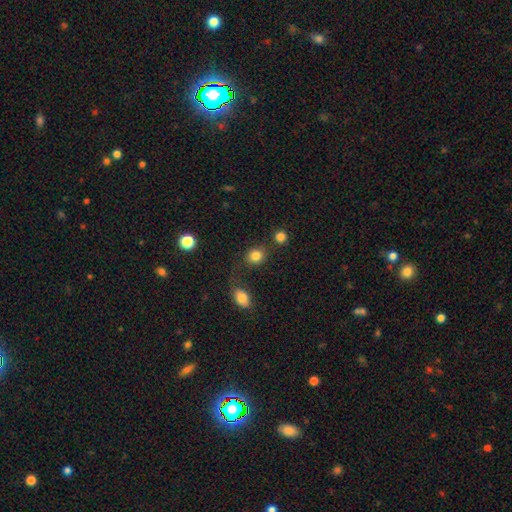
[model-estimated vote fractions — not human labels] This appears to be a smooth galaxy with no disk features (82%) that is round (72%). Merging: none (74%).